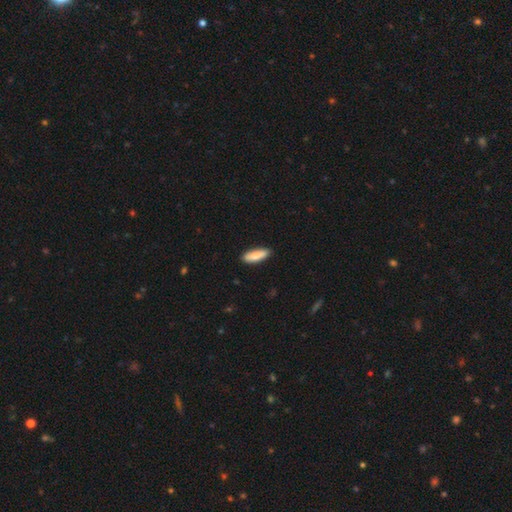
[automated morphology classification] A smooth galaxy with no disk features (82%) that is in between round and cigar-shaped (50%).

Vote fractions:
- Smooth or featured? smooth: 82% / featured or disk: 12% / star or artifact: 5%
- How rounded? in between: 50% / cigar-shaped: 48% / round: 2%
- Merging? none: 88% / minor disturbance: 10% / major disturbance: 2% / merger: 1%